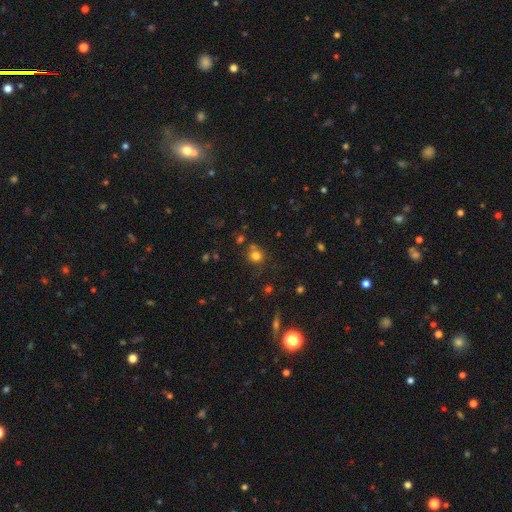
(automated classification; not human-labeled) This appears to be a smooth galaxy with no disk features (76%) that is round (87%). Merging: none (68%).